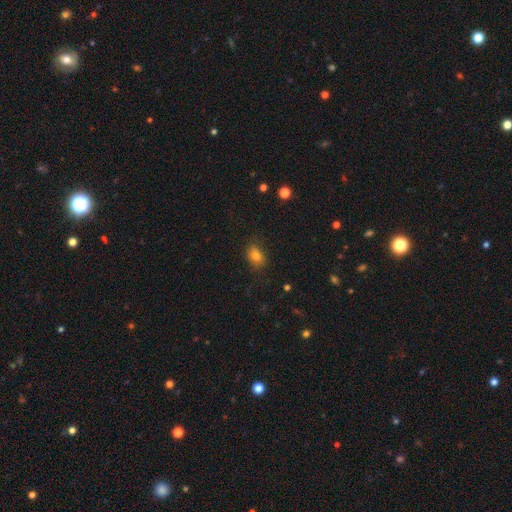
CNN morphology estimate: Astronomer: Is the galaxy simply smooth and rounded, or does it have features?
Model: smooth — 78%.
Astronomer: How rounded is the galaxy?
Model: in between — 74%.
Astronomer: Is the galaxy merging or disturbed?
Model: none — 78%.